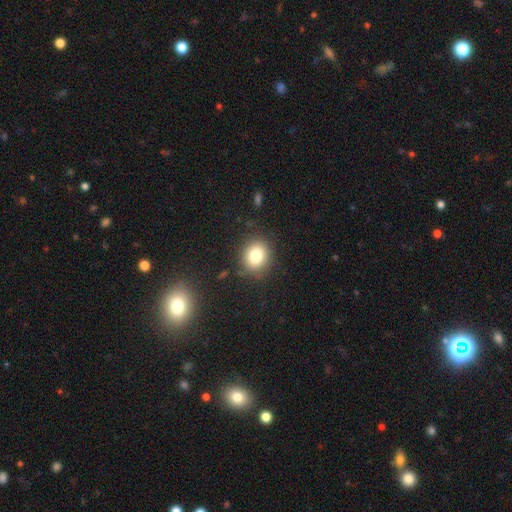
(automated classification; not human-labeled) Morphology: type=smooth (79%); roundness=round (75%); merging=none (85%).